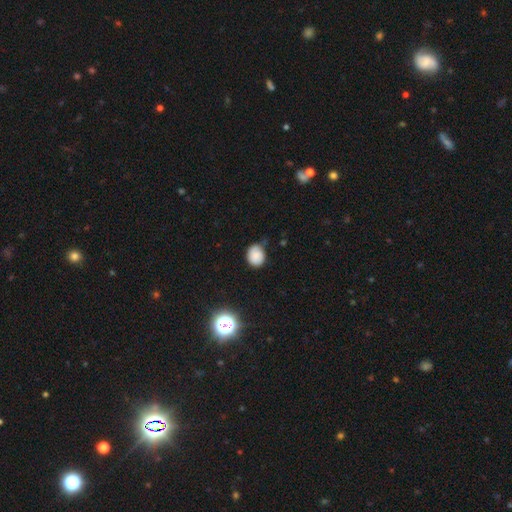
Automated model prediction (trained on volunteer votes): Q: Smooth or featured?
A: smooth (80%); runner-up: star or artifact (10%)
Q: How rounded?
A: round (65%); runner-up: in between (34%)
Q: Merging?
A: none (60%); runner-up: minor disturbance (31%)